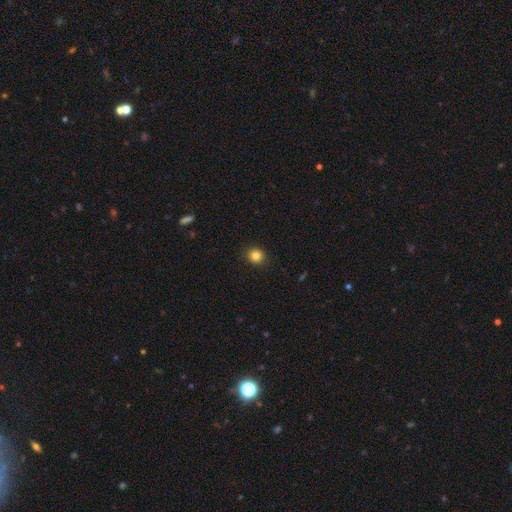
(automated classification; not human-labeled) Overall: smooth (83%). How rounded: round (83%). Merging: none (91%).